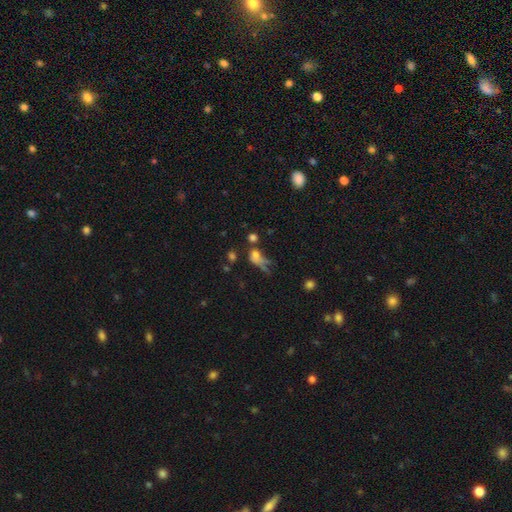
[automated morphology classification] Smooth or featured: smooth — 58% (star or artifact — 22%)
How rounded: in between — 56% (round — 36%)
Merging: none — 29% (major disturbance — 28%)